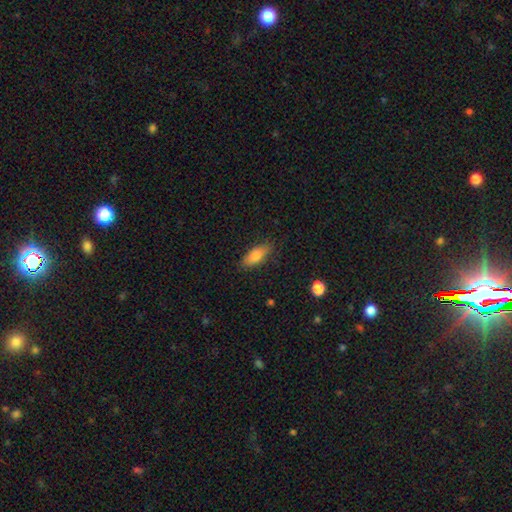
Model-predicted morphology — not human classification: A smooth galaxy with no disk features (80%) that is in between round and cigar-shaped (75%). Merging: none (84%).